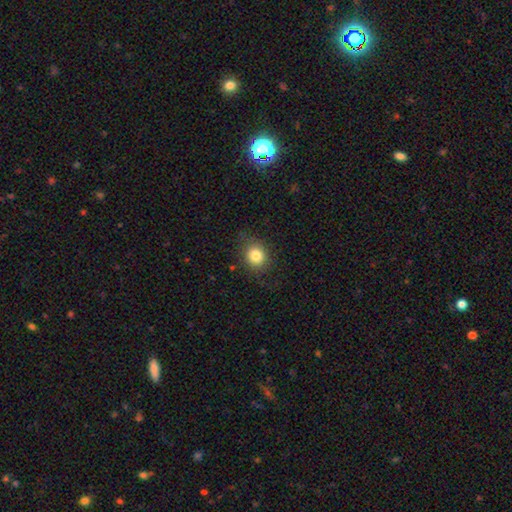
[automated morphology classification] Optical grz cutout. It shows a smooth galaxy with no disk features (82%) that is round (76%). Merging: none (82%).